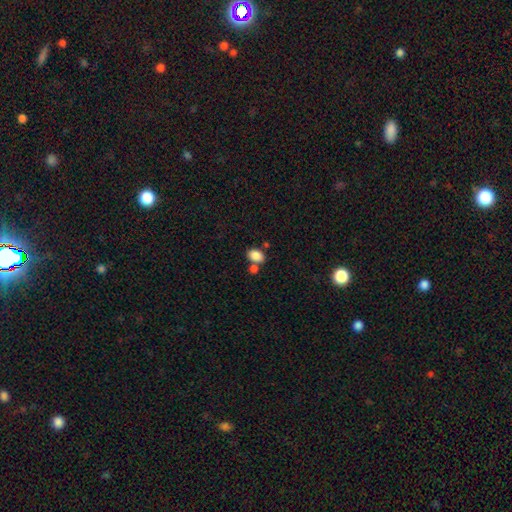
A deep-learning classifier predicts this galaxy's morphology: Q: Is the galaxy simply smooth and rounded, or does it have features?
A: smooth — 86%.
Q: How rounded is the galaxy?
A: in between — 76%.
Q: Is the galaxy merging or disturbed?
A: none — 59%.